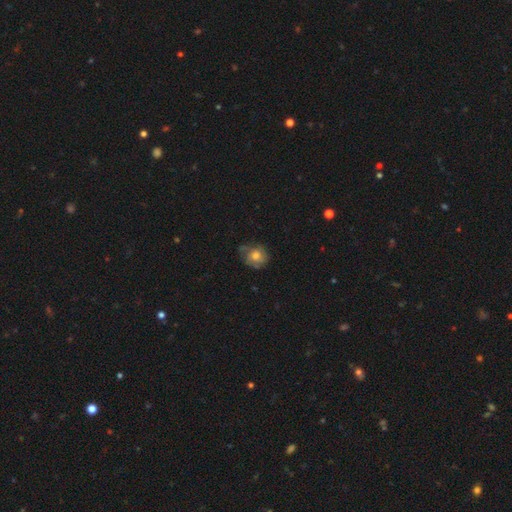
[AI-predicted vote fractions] Overall: smooth (60%; featured or disk 31%). How rounded: round (74%). Merging: none (59%; minor disturbance 28%).